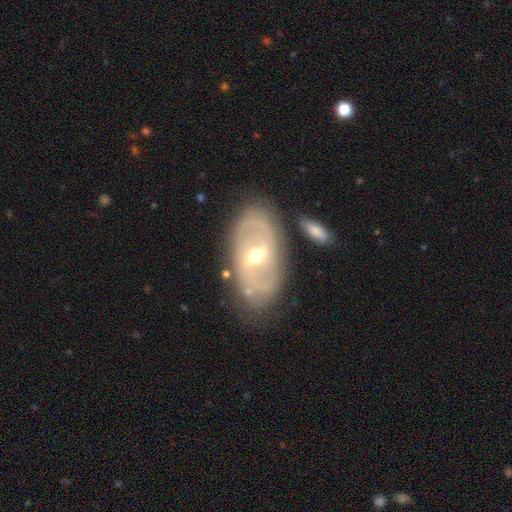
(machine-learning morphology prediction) Q: Smooth or featured?
A: featured or disk (79%); runner-up: smooth (15%)
Q: Edge-on disk?
A: no (94%); runner-up: yes (6%)
Q: Bar?
A: weak (52%); runner-up: strong (24%)
Q: Spiral arms?
A: yes (82%); runner-up: no (18%)
Q: Spiral winding?
A: tight (45%); runner-up: medium (37%)
Q: Spiral arm count?
A: 2 (66%); runner-up: can't tell (23%)
Q: Bulge size?
A: moderate (57%); runner-up: small (39%)
Q: Merging?
A: none (75%); runner-up: minor disturbance (16%)